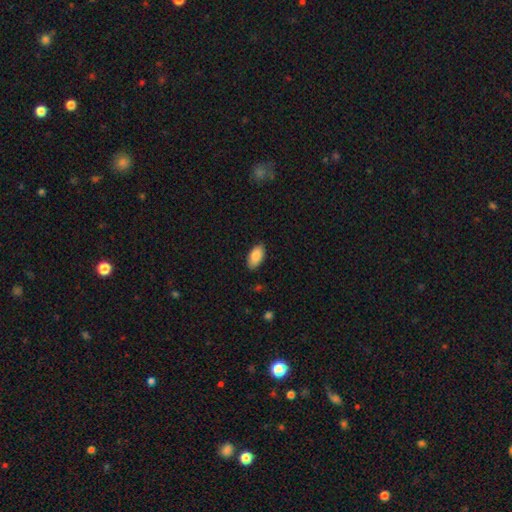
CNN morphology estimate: Overall: smooth (87%). How rounded: in between (94%). Merging: none (85%).